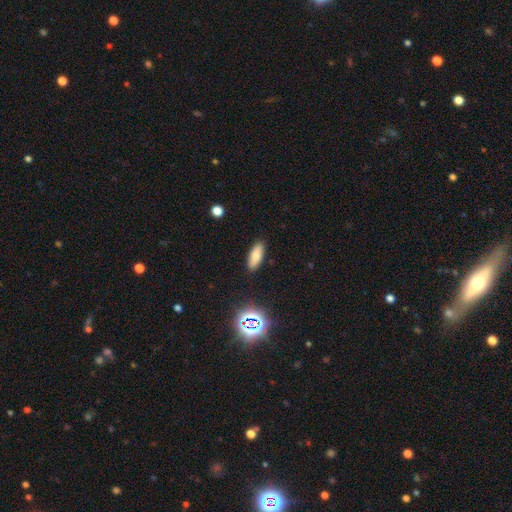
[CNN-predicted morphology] type=smooth (77%); roundness=in between (72%); merging=none (88%).